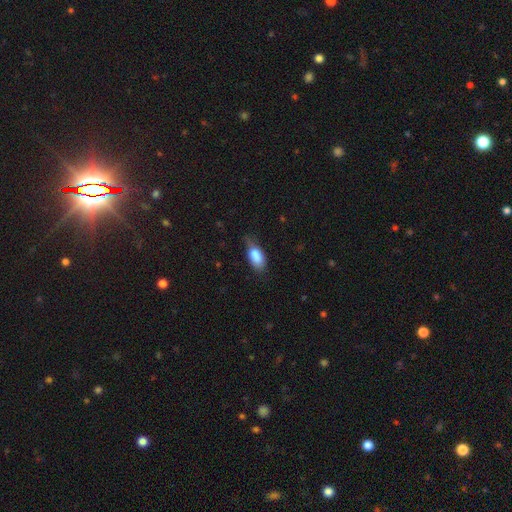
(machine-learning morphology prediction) Q: Smooth or featured?
A: smooth (84%); runner-up: featured or disk (9%)
Q: How rounded?
A: in between (90%); runner-up: cigar-shaped (7%)
Q: Merging?
A: none (48%); runner-up: minor disturbance (39%)